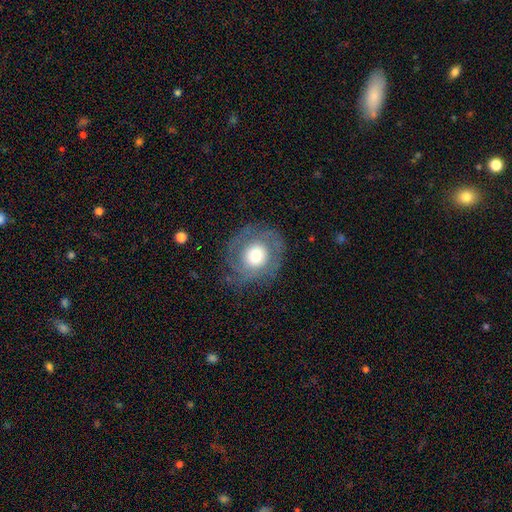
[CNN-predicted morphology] The model was most divided on "smooth or featured": featured or disk: 49%, smooth: 42%, star or artifact: 9%. More confident: merging — none (73%).